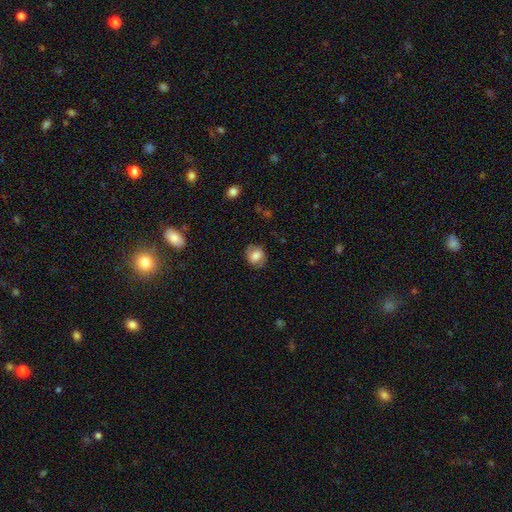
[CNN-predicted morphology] type=smooth (73%); roundness=round (65%); merging=none (79%).